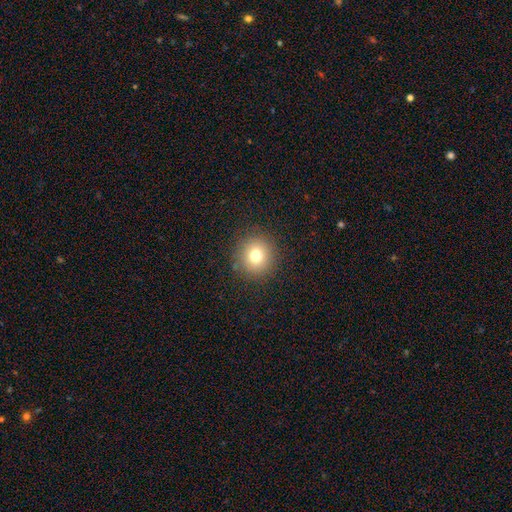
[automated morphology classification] A smooth galaxy with no disk features (76%) that is round (93%). Merging: none (89%).